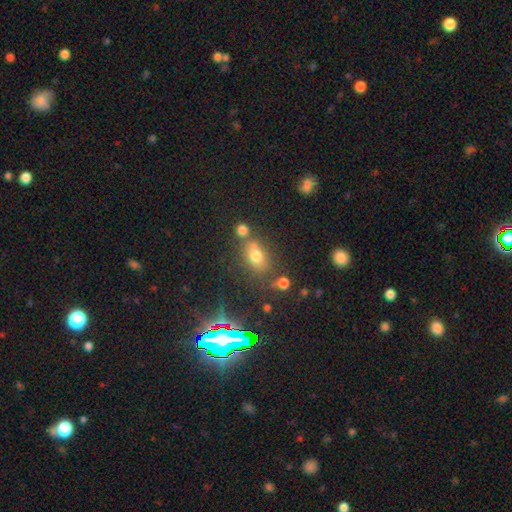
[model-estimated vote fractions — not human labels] Morphology: type=smooth (62%); roundness=in between (70%); merging=none (56%).